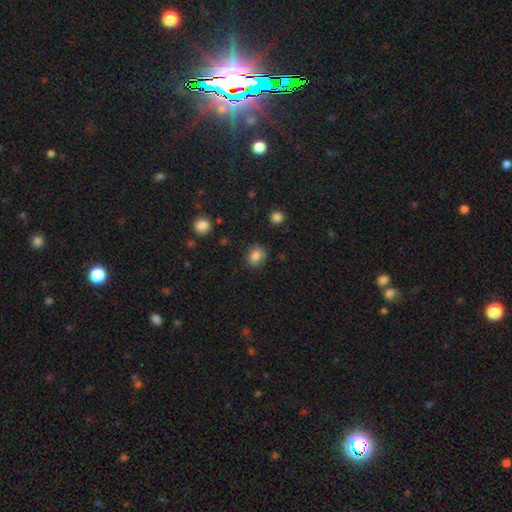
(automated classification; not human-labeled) smooth 83%, star or artifact 10%, featured or disk 7%. Down the decision tree: how rounded — round (62%); merging — none (77%).